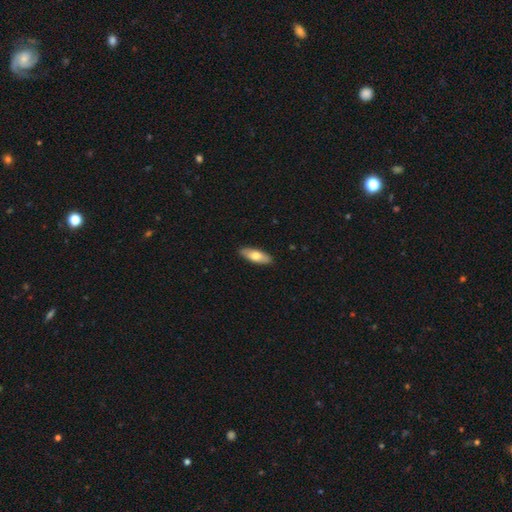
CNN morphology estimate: Q: Smooth or featured?
A: smooth (70%); runner-up: featured or disk (25%)
Q: How rounded?
A: in between (68%); runner-up: cigar-shaped (30%)
Q: Merging?
A: none (90%); runner-up: minor disturbance (8%)